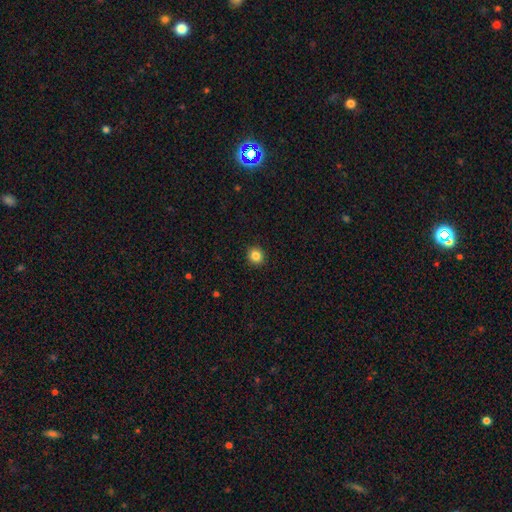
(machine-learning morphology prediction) Q: Smooth or featured?
A: smooth (85%); runner-up: star or artifact (11%)
Q: How rounded?
A: round (90%); runner-up: in between (9%)
Q: Merging?
A: none (93%); runner-up: minor disturbance (5%)